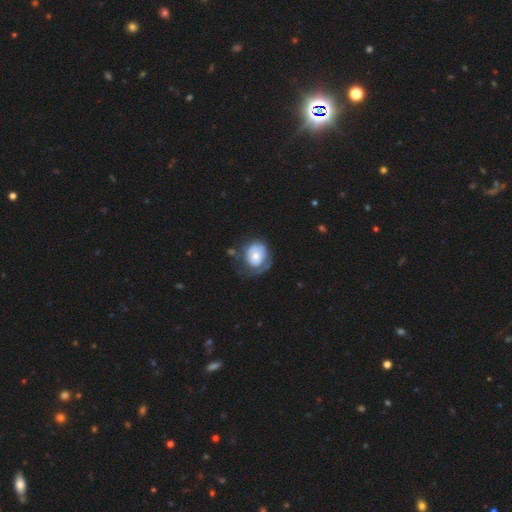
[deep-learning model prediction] A smooth galaxy with no disk features (49%).

Vote fractions:
- Smooth or featured? smooth: 49% / featured or disk: 45% / star or artifact: 7%
- Merging? none: 38% / major disturbance: 30% / minor disturbance: 27% / merger: 5%